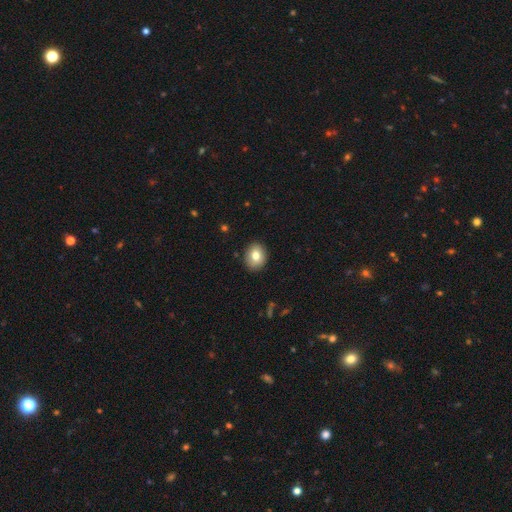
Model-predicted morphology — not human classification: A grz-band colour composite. It shows a smooth galaxy with no disk features (79%) that is round (53%). Merging: none (89%).